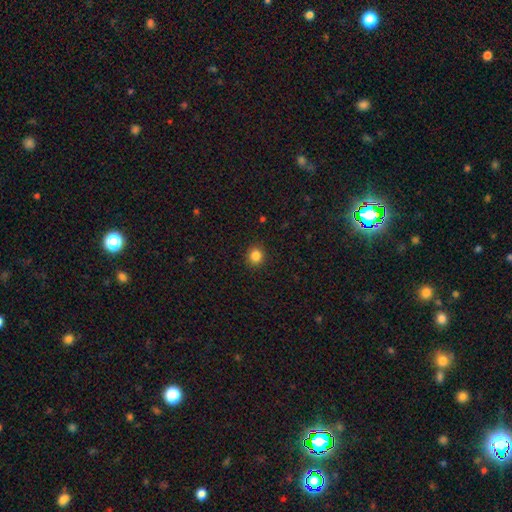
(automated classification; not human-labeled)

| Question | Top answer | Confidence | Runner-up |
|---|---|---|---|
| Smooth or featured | smooth | 85% | star or artifact (11%) |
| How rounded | round | 84% | in between (15%) |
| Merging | none | 91% | minor disturbance (6%) |